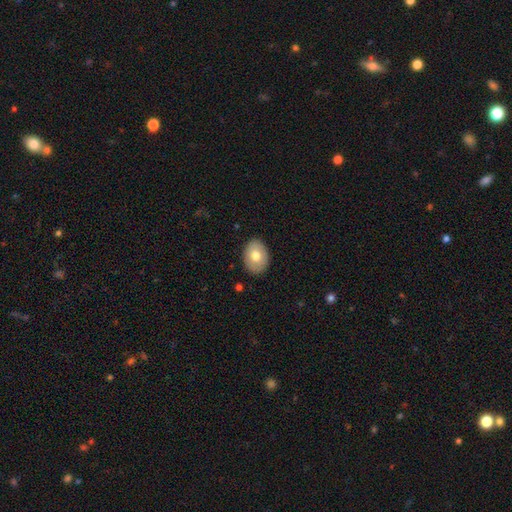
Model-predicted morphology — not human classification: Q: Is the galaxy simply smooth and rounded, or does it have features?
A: smooth — 71%.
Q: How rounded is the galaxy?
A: in between — 76%.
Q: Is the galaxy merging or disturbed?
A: none — 86%.